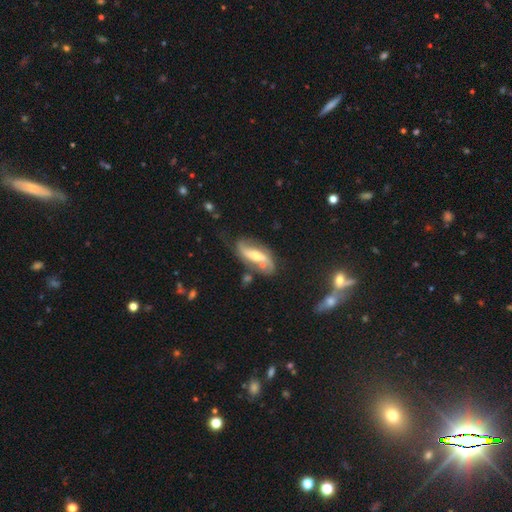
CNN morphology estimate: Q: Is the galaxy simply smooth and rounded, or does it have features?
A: featured or disk — 77%.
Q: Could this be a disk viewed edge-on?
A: no — 88%.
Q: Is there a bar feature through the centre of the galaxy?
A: strong — 37%.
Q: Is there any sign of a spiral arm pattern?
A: yes — 90%.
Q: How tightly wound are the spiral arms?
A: loose — 65%.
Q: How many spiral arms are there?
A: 2 — 89%.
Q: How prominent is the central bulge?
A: moderate — 57%.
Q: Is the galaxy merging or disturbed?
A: none — 64%.